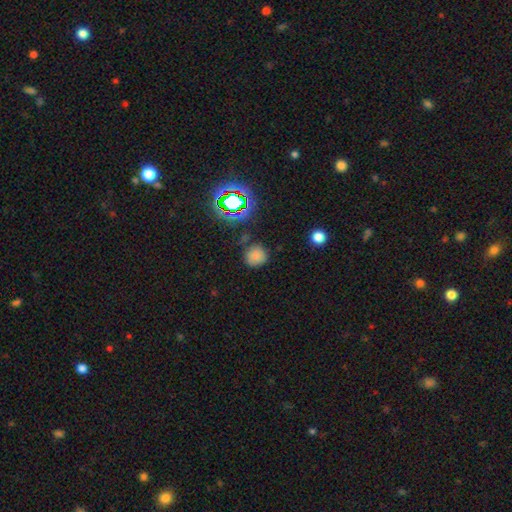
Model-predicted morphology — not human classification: Smooth or featured?
  - smooth: 74% *
  - star or artifact: 20%
  - featured or disk: 7%
How rounded?
  - round: 90% *
  - in between: 9%
  - cigar-shaped: 1%
Merging?
  - none: 79% *
  - minor disturbance: 13%
  - major disturbance: 4%
  - merger: 4%